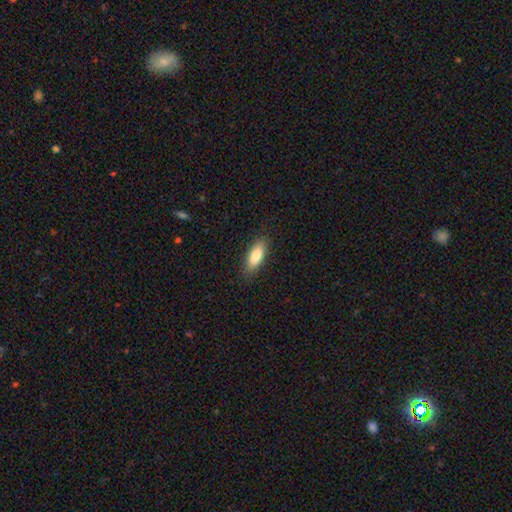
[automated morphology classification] This is clearly a smooth galaxy (81%). How rounded: likely in between (73%). Merging: clearly none (87%).